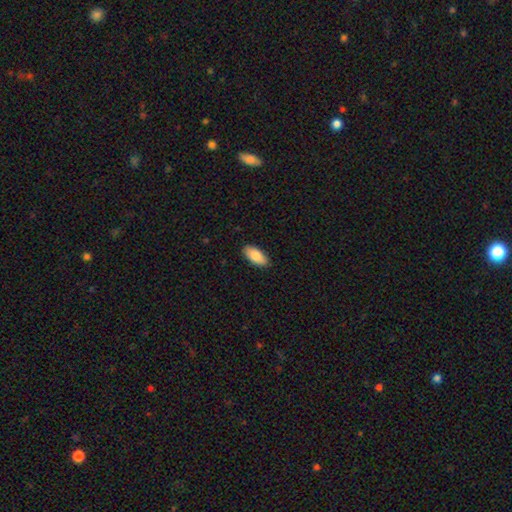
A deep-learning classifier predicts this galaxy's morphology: Smooth or featured?
  - smooth: 88% *
  - featured or disk: 7%
  - star or artifact: 6%
How rounded?
  - in between: 91% *
  - cigar-shaped: 7%
  - round: 2%
Merging?
  - none: 88% *
  - minor disturbance: 9%
  - major disturbance: 2%
  - merger: 1%